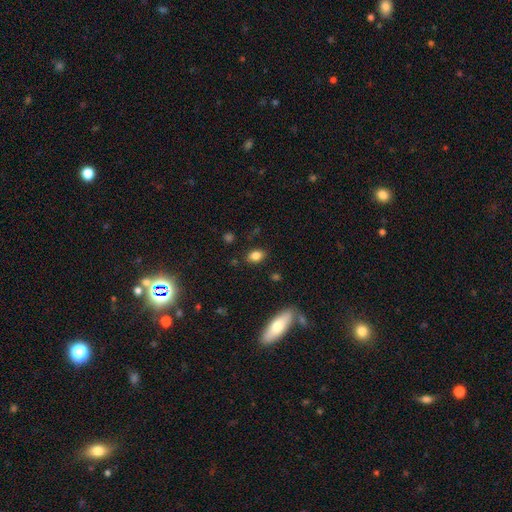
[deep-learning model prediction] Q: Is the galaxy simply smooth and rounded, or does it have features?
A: smooth — 82%.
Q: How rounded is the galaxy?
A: in between — 77%.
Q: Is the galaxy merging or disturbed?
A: none — 84%.